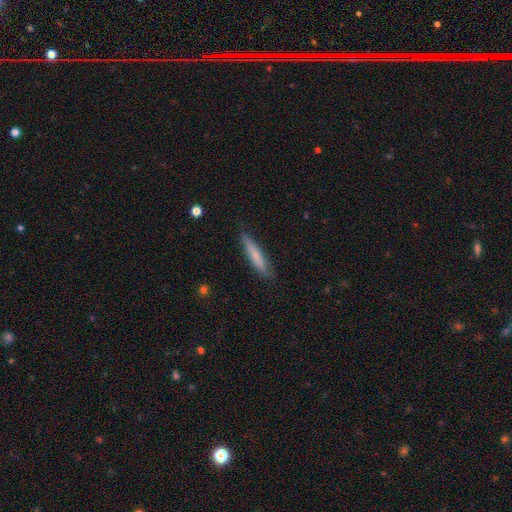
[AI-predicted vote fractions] Smooth or featured? smooth (72%)
How rounded? cigar-shaped (91%)
Merging? none (85%)